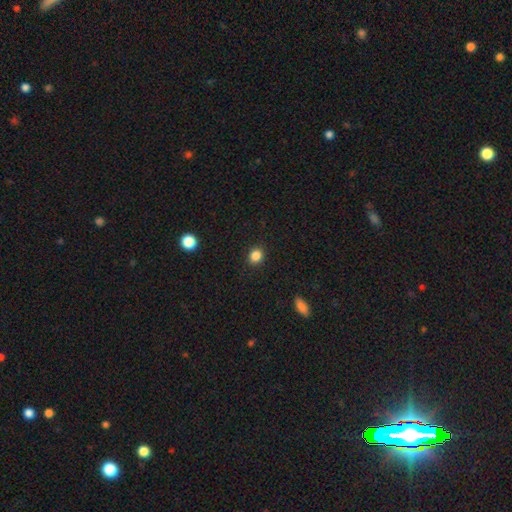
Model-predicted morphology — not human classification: Overall: smooth (85%). How rounded: round (74%). Merging: none (91%).